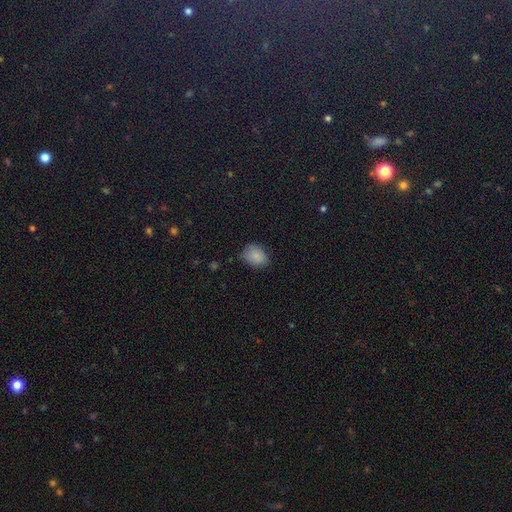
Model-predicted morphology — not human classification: Smooth or featured? smooth (85%)
How rounded? in between (57%)
Merging? none (72%)